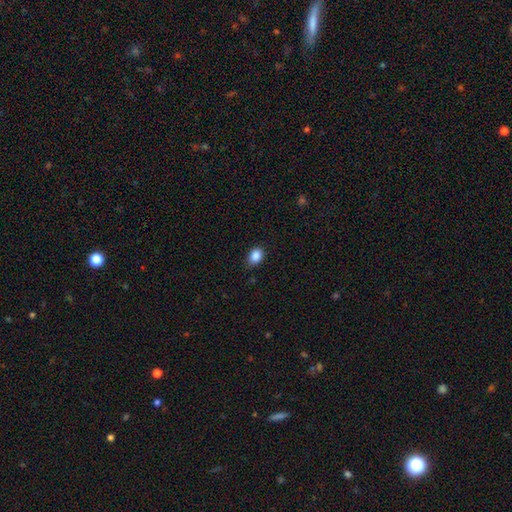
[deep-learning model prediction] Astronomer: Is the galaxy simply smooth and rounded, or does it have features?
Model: smooth — 87%.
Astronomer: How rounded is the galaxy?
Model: in between — 65%.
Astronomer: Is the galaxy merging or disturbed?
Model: none — 78%.